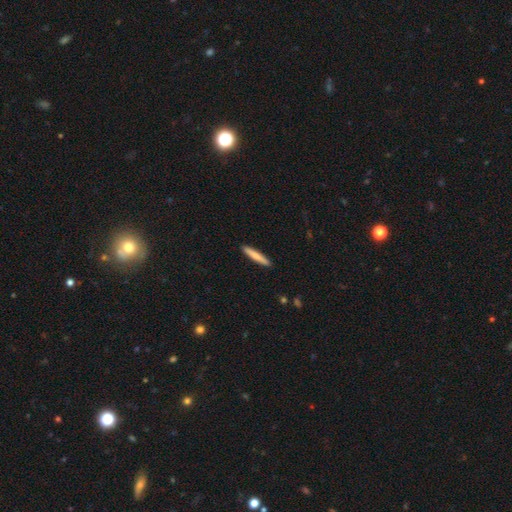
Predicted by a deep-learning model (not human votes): Smooth or featured?
  - smooth: 76% *
  - featured or disk: 19%
  - star or artifact: 5%
How rounded?
  - cigar-shaped: 94% *
  - in between: 4%
  - round: 1%
Merging?
  - none: 92% *
  - minor disturbance: 6%
  - major disturbance: 1%
  - merger: 1%